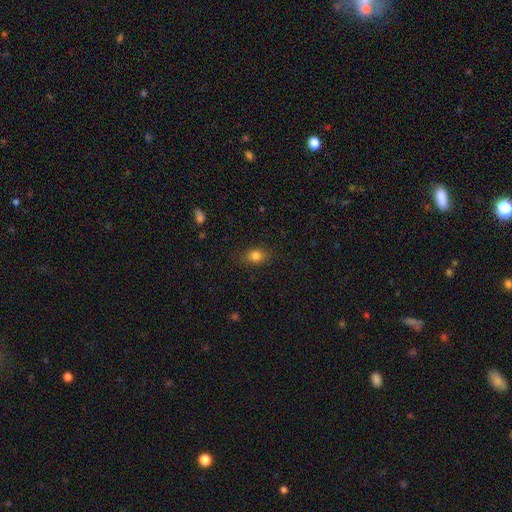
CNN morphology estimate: A smooth galaxy with no disk features (81%) that is in between round and cigar-shaped (63%).

Vote fractions:
- Smooth or featured? smooth: 81% / star or artifact: 12% / featured or disk: 7%
- How rounded? in between: 63% / round: 35% / cigar-shaped: 2%
- Merging? none: 84% / minor disturbance: 12% / major disturbance: 3% / merger: 1%